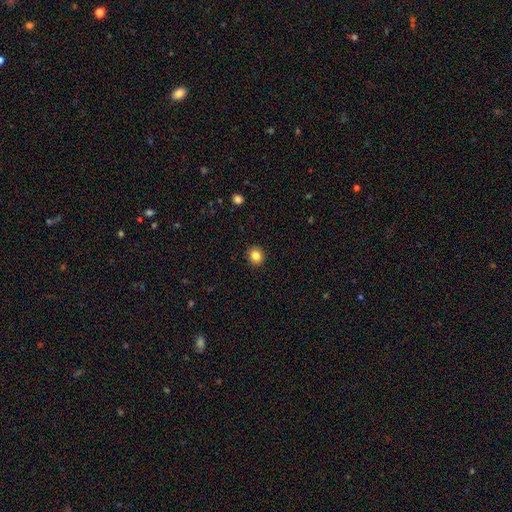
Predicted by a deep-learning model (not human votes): Smooth or featured? smooth (84%)
How rounded? round (82%)
Merging? none (92%)